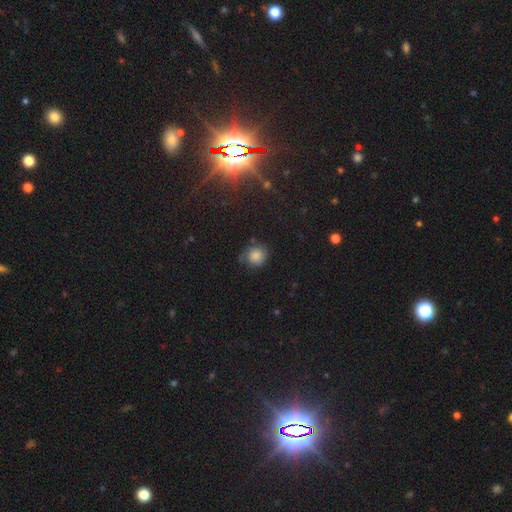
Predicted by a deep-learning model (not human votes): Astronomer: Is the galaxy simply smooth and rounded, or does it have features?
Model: smooth — 72%.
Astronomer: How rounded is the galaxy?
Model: round — 82%.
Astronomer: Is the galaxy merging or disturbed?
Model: none — 60%.